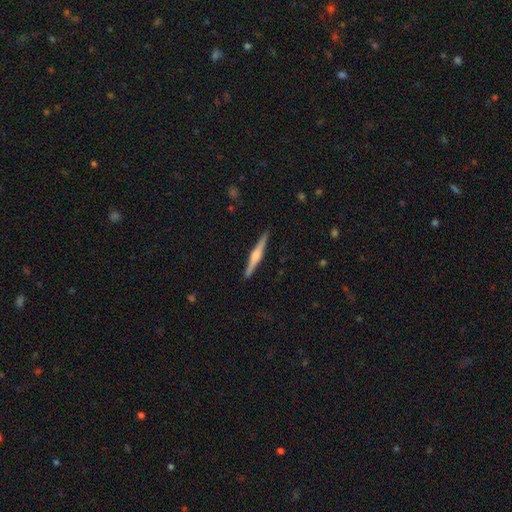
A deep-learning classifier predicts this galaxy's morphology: featured or disk 70%, smooth 25%, star or artifact 5%. Down the decision tree: edge-on disk — yes (98%); edge-on bulge — rounded (80%); merging — none (91%).